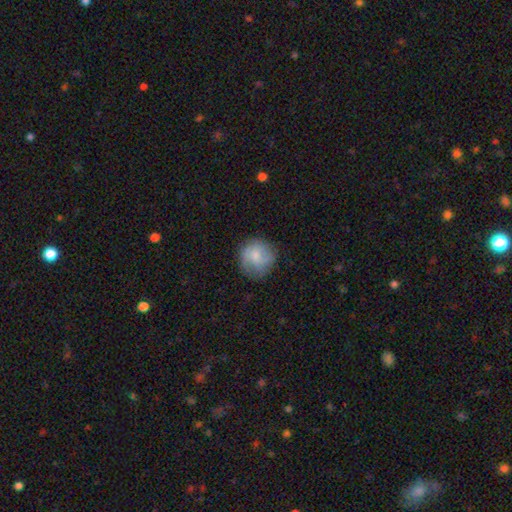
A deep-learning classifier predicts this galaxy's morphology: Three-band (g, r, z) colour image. It shows a smooth galaxy with no disk features (65%) that is round (89%). Merging: none (72%).